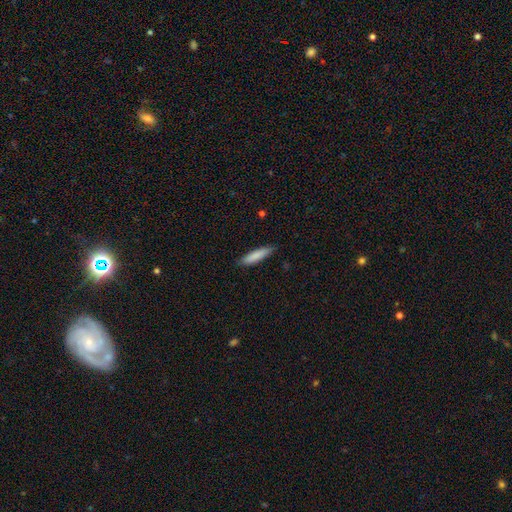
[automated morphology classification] smooth-or-featured: smooth: 85% | featured or disk: 9% | star or artifact: 6%
  how-rounded: cigar-shaped: 79% | in between: 20% | round: 1%
  merging: none: 85% | minor disturbance: 12% | major disturbance: 2% | merger: 1%